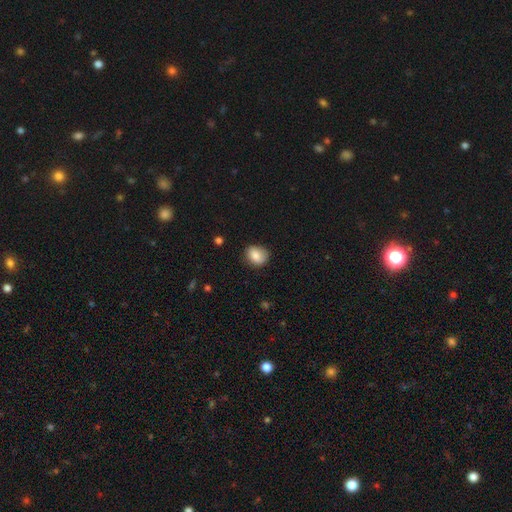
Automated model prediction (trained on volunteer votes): This is clearly a smooth galaxy (83%). How rounded: possibly round (55%). Merging: likely none (80%).